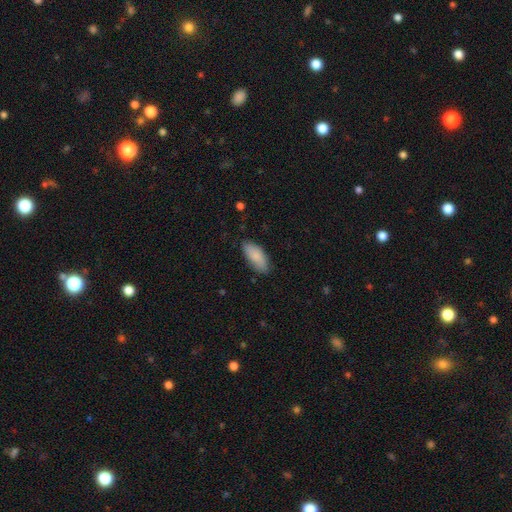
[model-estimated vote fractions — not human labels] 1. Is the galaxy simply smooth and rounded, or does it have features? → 86% smooth, 8% featured or disk, 6% star or artifact.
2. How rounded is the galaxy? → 86% in between, 12% cigar-shaped, 2% round.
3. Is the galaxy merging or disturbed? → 77% none, 18% minor disturbance, 3% major disturbance, 1% merger.